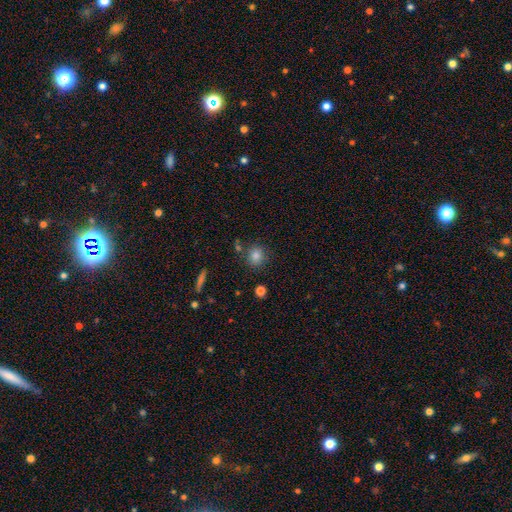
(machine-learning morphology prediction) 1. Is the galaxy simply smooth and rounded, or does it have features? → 83% smooth, 11% star or artifact, 6% featured or disk.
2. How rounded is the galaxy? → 82% round, 17% in between, 1% cigar-shaped.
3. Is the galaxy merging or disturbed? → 79% none, 11% minor disturbance, 6% merger, 3% major disturbance.